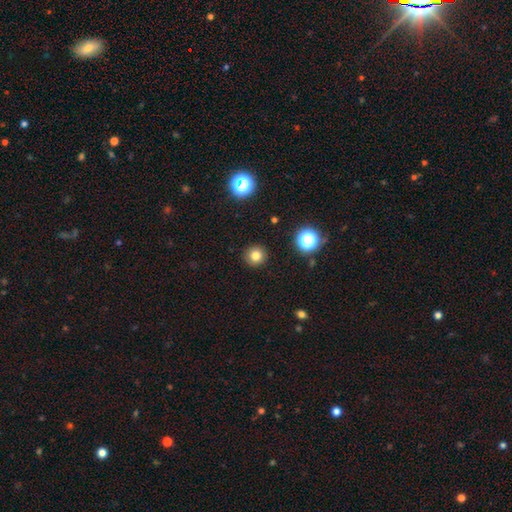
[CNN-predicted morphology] This appears to be a smooth galaxy with no disk features (79%) that is round (95%). Merging: none (92%).